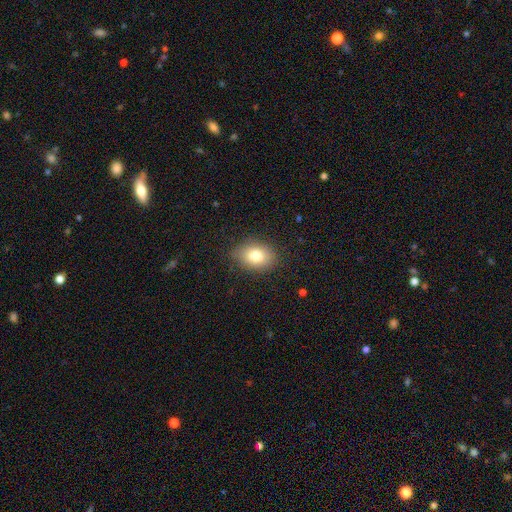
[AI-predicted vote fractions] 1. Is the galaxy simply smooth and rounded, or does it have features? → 80% smooth, 11% featured or disk, 9% star or artifact.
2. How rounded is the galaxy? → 75% in between, 24% round, 1% cigar-shaped.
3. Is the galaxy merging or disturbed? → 83% none, 13% minor disturbance, 3% major disturbance, 1% merger.